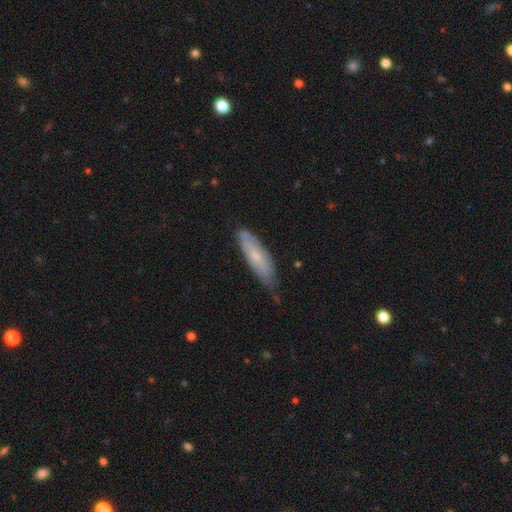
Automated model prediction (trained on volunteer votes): This is possibly a smooth galaxy (56%). How rounded: likely cigar-shaped (63%). Merging: likely none (63%).